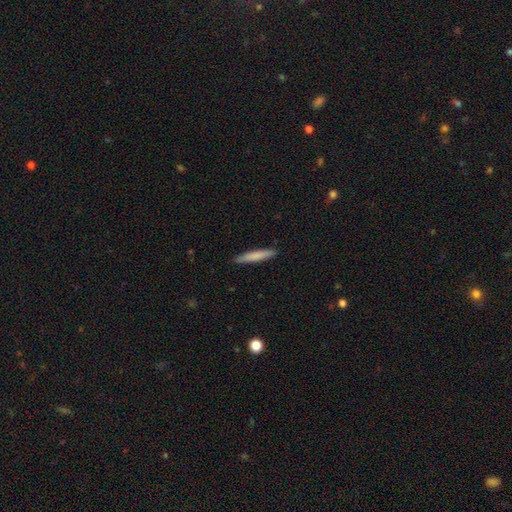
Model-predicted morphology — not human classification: Q: Smooth or featured?
A: smooth (78%); runner-up: featured or disk (17%)
Q: How rounded?
A: cigar-shaped (93%); runner-up: in between (5%)
Q: Merging?
A: none (89%); runner-up: minor disturbance (8%)